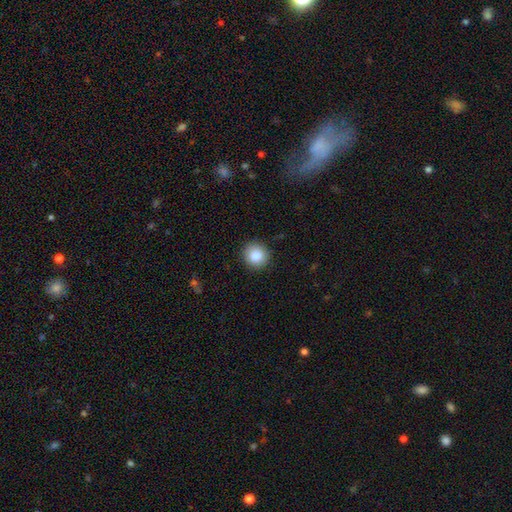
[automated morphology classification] type=smooth (85%); roundness=round (91%); merging=none (91%).